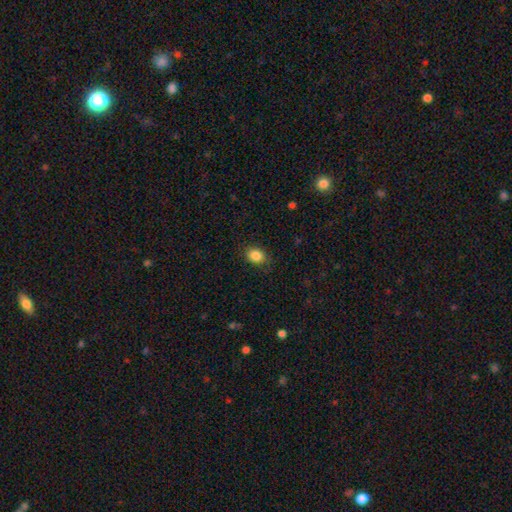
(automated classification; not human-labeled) smooth 86%, star or artifact 9%, featured or disk 4%. Down the decision tree: how rounded — in between (54%); merging — none (85%).